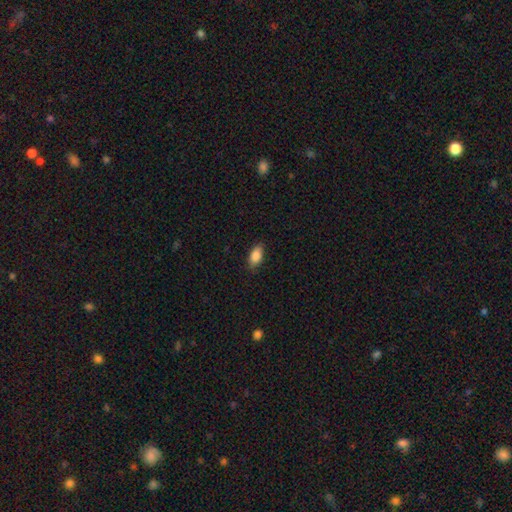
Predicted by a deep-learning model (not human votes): This appears to be a smooth galaxy with no disk features (87%) that is in between round and cigar-shaped (91%). Merging: none (85%).